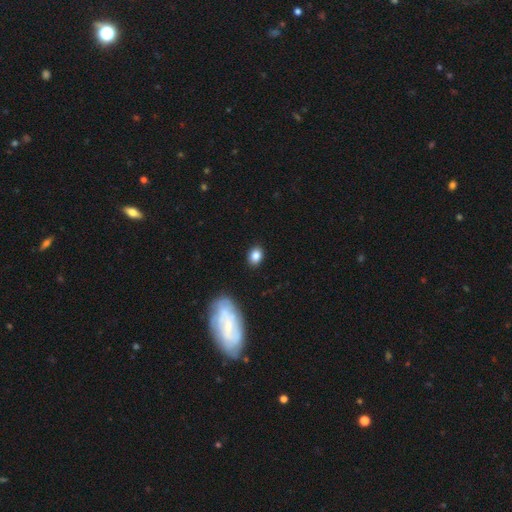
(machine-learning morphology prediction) This appears to be a smooth galaxy with no disk features (84%) that is in between round and cigar-shaped (68%). Merging: none (87%).